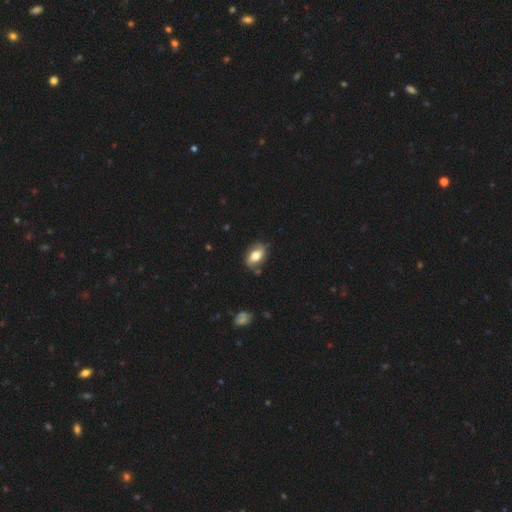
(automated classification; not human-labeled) This is possibly a smooth galaxy (60%). How rounded: clearly in between (86%). Merging: likely none (71%).